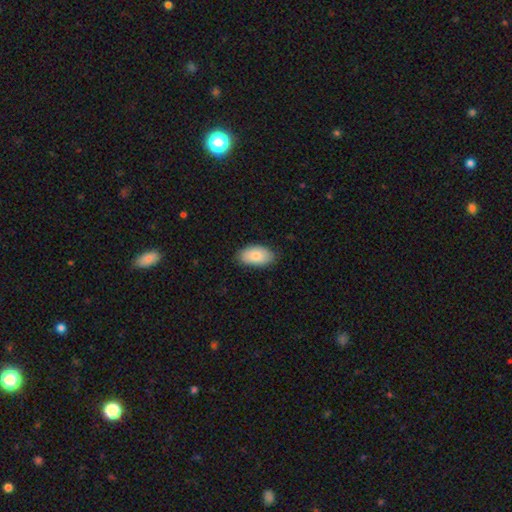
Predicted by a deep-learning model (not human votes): Smooth or featured? Predicted: smooth (p=0.84). How rounded? Predicted: in between (p=0.95). Merging? Predicted: none (p=0.82).